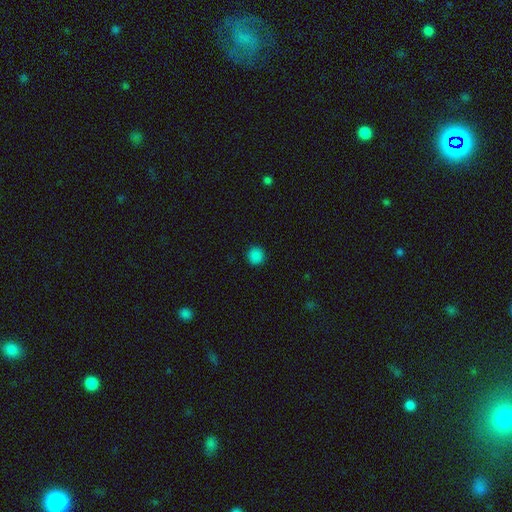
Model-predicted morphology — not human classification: A smooth galaxy with no disk features (86%) that is round (93%).

Vote fractions:
- Smooth or featured? smooth: 86% / star or artifact: 12% / featured or disk: 2%
- How rounded? round: 93% / in between: 6% / cigar-shaped: 1%
- Merging? none: 92% / minor disturbance: 5% / major disturbance: 2% / merger: 1%